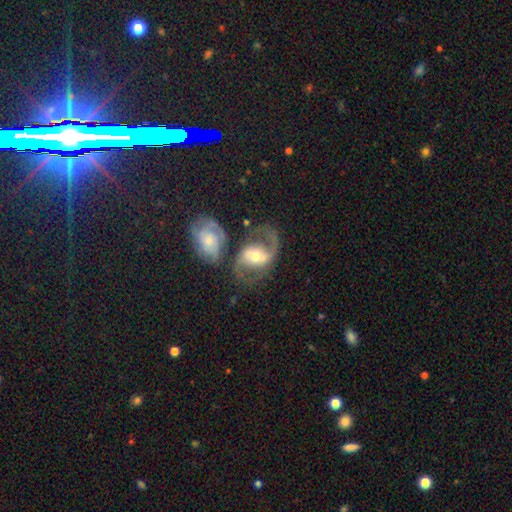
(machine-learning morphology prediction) Overall: featured or disk (83%). Edge-on disk: no (97%). Bar: weak (40%; strong 34%). Spiral arms: yes (93%). Spiral arm count: 2 (87%). Spiral winding: medium (49%; loose 39%). Bulge size: moderate (62%; small 29%). Merging: none (48%; merger 27%).